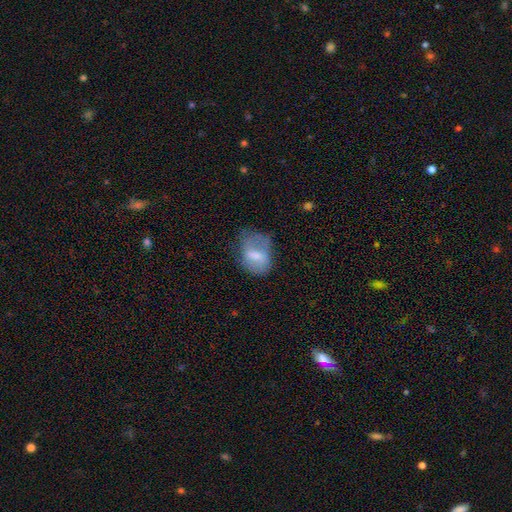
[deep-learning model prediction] Smooth or featured?
  - smooth: 59% *
  - featured or disk: 33%
  - star or artifact: 8%
How rounded?
  - in between: 75% *
  - round: 23%
  - cigar-shaped: 2%
Merging?
  - none: 40% *
  - minor disturbance: 33%
  - major disturbance: 25%
  - merger: 3%